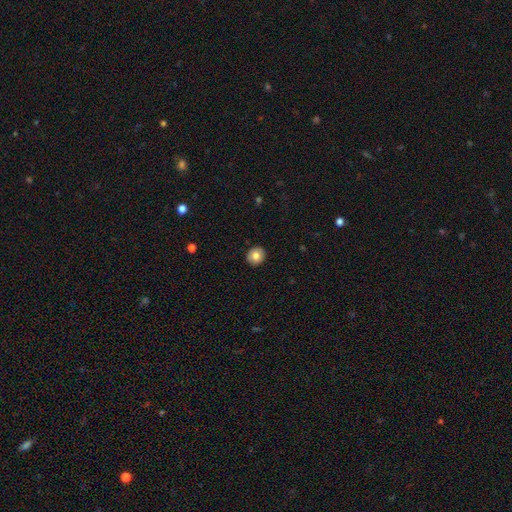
smooth 68%, featured or disk 29%, star or artifact 3%. Down the decision tree: how rounded — round (81%); merging — none (89%).